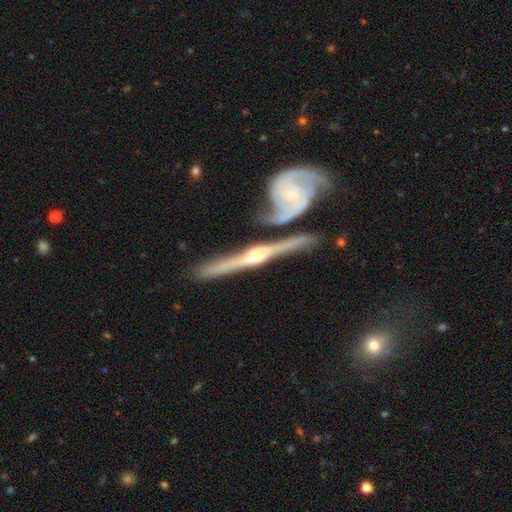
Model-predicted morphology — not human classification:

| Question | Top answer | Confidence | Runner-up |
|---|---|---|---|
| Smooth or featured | featured or disk | 87% | smooth (8%) |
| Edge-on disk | yes | 92% | no (8%) |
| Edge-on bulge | rounded | 87% | none (8%) |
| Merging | none | 67% | merger (17%) |